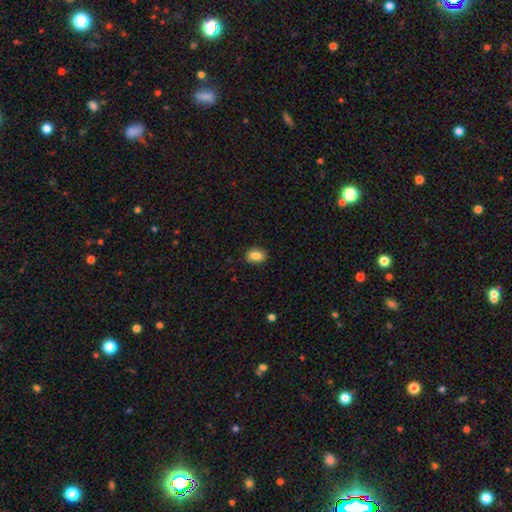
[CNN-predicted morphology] smooth-or-featured: smooth: 85% | star or artifact: 8% | featured or disk: 7%
  how-rounded: in between: 66% | round: 33% | cigar-shaped: 1%
  merging: none: 87% | minor disturbance: 10% | major disturbance: 2% | merger: 1%